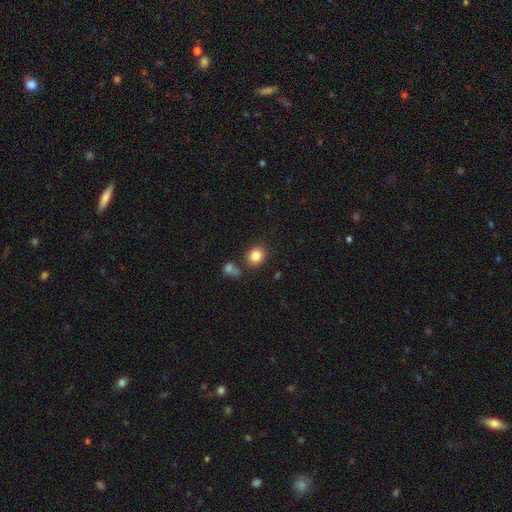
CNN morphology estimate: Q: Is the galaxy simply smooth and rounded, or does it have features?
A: smooth — 84%.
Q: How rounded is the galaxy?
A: round — 71%.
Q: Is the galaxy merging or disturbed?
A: none — 75%.